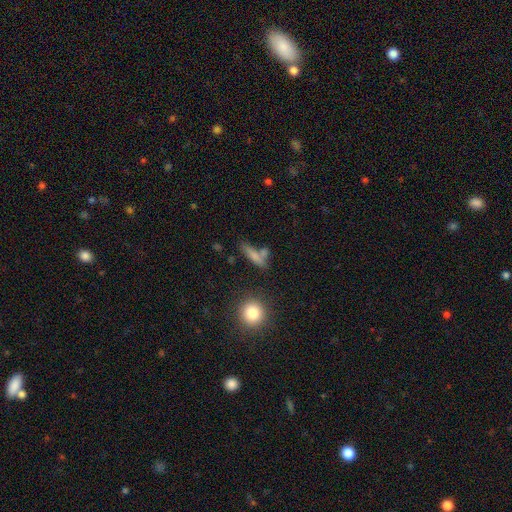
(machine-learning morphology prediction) Q: Smooth or featured?
A: smooth (73%); runner-up: featured or disk (17%)
Q: How rounded?
A: cigar-shaped (66%); runner-up: in between (28%)
Q: Merging?
A: none (55%); runner-up: merger (22%)